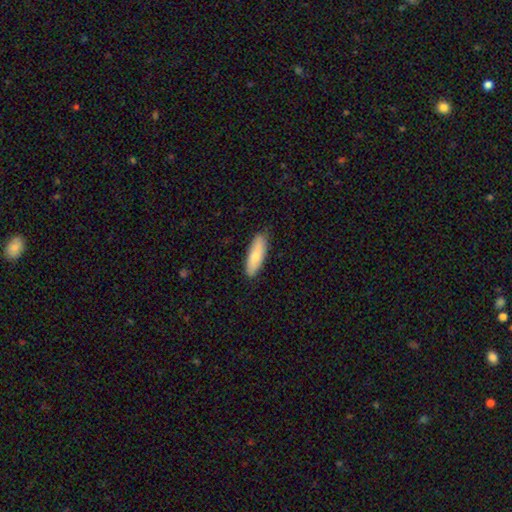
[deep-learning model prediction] Overall: smooth (77%). How rounded: in between (53%; cigar-shaped 45%). Merging: none (85%).